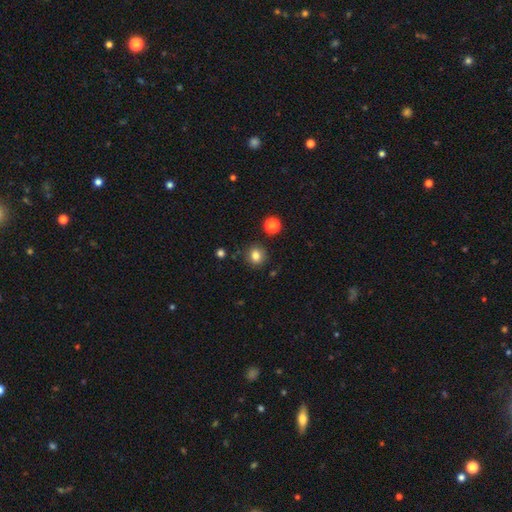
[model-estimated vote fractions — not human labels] This is clearly a smooth galaxy (81%). How rounded: clearly round (85%). Merging: clearly none (87%).